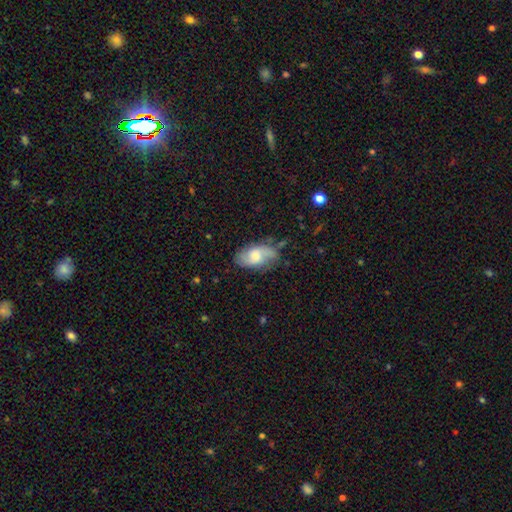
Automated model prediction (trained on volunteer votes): smooth_or_featured: featured or disk (p=0.52) [alt: smooth p=0.41]
disk_edge_on: no (p=0.94) [alt: yes p=0.06]
merging: none (p=0.63) [alt: minor disturbance p=0.25]